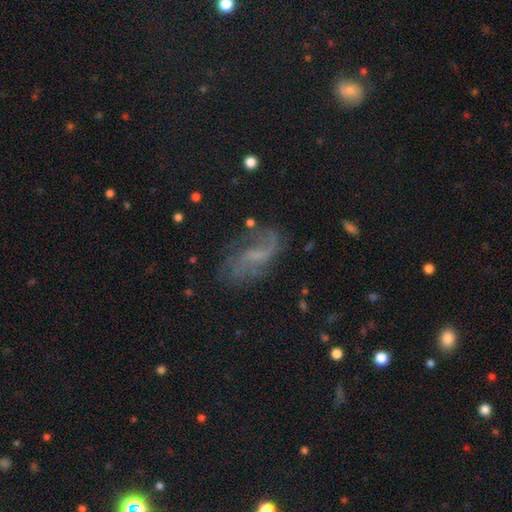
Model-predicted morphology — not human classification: Smooth or featured? featured or disk (63%)
Edge-on disk? no (93%)
Bar? weak (47%)
Spiral arms? yes (84%)
Bulge size? none (43%)
Merging? none (60%)